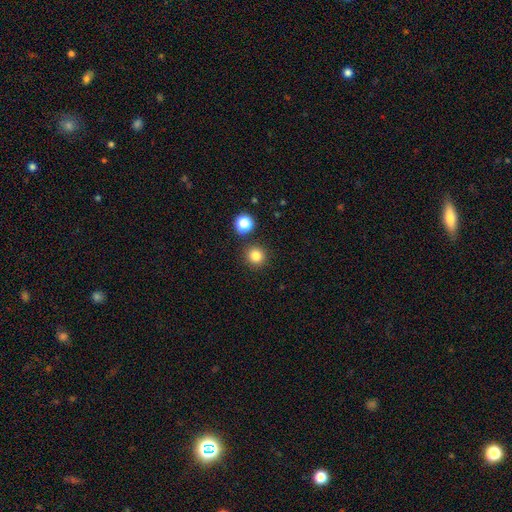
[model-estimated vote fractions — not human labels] A smooth galaxy with no disk features (82%) that is round (94%).

Vote fractions:
- Smooth or featured? smooth: 82% / star or artifact: 13% / featured or disk: 5%
- How rounded? round: 94% / in between: 5% / cigar-shaped: 1%
- Merging? none: 89% / minor disturbance: 5% / merger: 4% / major disturbance: 2%